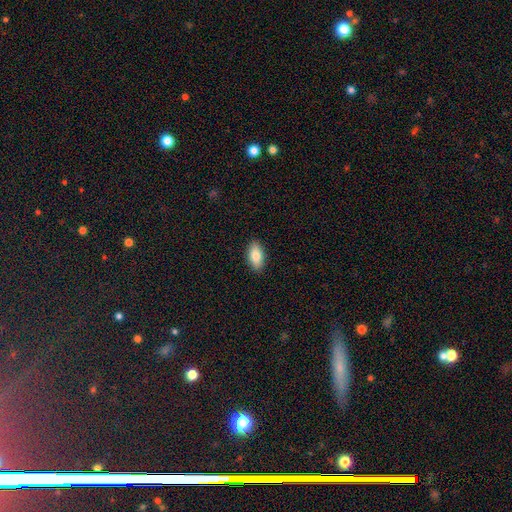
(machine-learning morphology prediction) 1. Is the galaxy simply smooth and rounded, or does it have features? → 83% smooth, 10% featured or disk, 7% star or artifact.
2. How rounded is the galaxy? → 91% in between, 6% cigar-shaped, 3% round.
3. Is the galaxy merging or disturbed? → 89% none, 8% minor disturbance, 2% major disturbance, 1% merger.